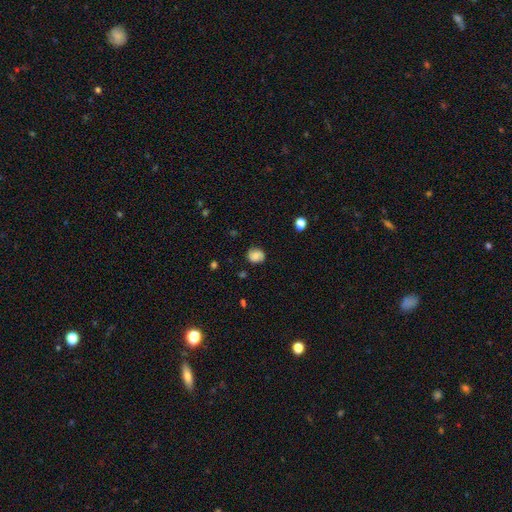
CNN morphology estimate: Smooth or featured? Predicted: smooth (p=0.66). How rounded? Predicted: round (p=0.72). Merging? Predicted: none (p=0.78).